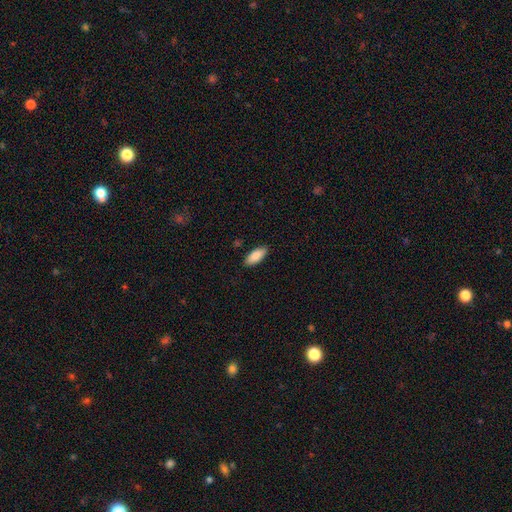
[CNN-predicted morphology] This appears to be a smooth galaxy with no disk features (87%) that is in between round and cigar-shaped (84%). Merging: none (88%).